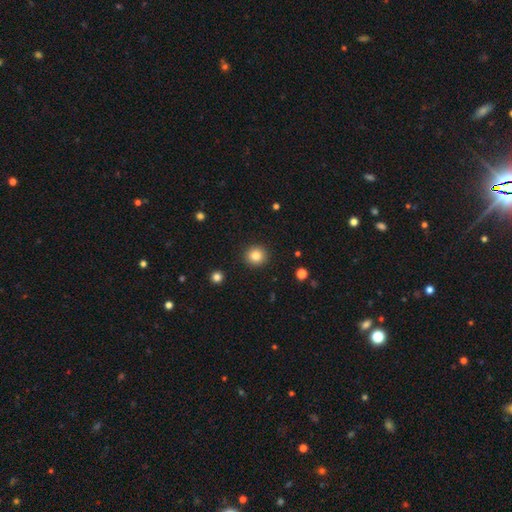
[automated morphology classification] Smooth or featured? Predicted: smooth (p=0.83). How rounded? Predicted: round (p=0.92). Merging? Predicted: none (p=0.92).